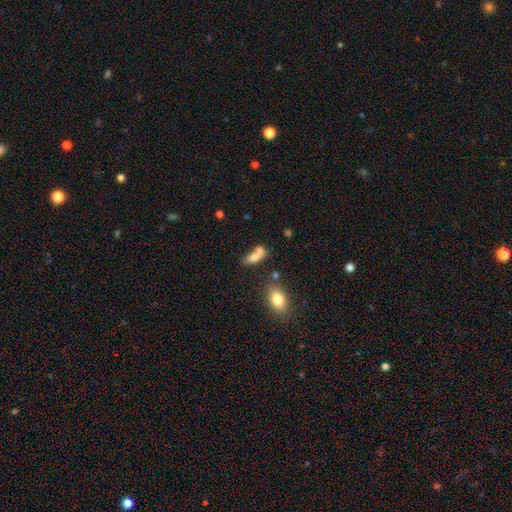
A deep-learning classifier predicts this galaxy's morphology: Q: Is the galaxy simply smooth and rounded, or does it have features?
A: smooth — 74%.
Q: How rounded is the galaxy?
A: in between — 77%.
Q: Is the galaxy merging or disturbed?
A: merger — 50%.